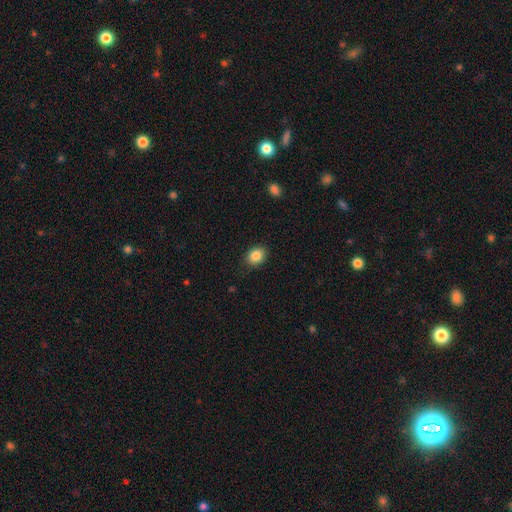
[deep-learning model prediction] Smooth or featured: smooth — 86% (star or artifact — 9%)
How rounded: in between — 55% (round — 44%)
Merging: none — 86% (minor disturbance — 11%)